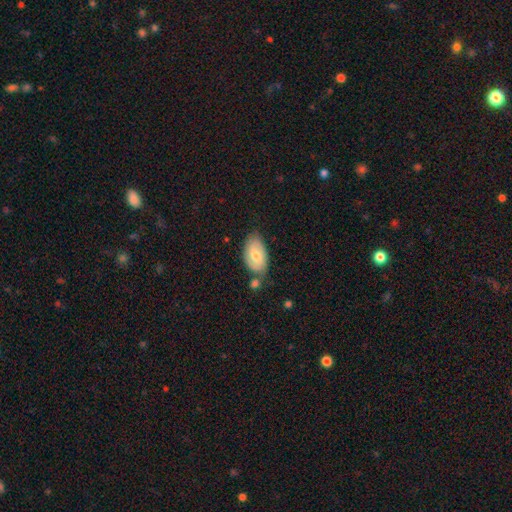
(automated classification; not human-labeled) This is possibly a smooth galaxy (58%). How rounded: clearly in between (93%). Merging: likely none (60%).